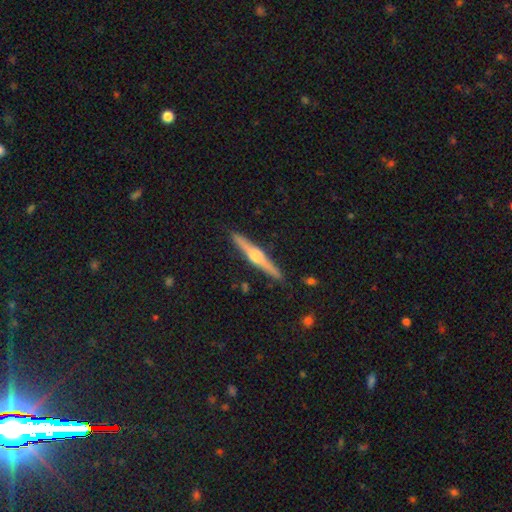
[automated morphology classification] Overall: featured or disk (77%). Edge-on disk: yes (98%). Edge-on bulge: rounded (93%). Merging: none (91%).